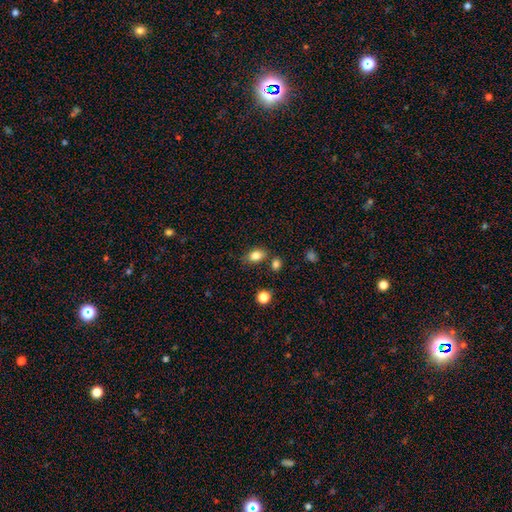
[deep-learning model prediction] Morphology: type=smooth (84%); roundness=in between (80%); merging=none (72%).